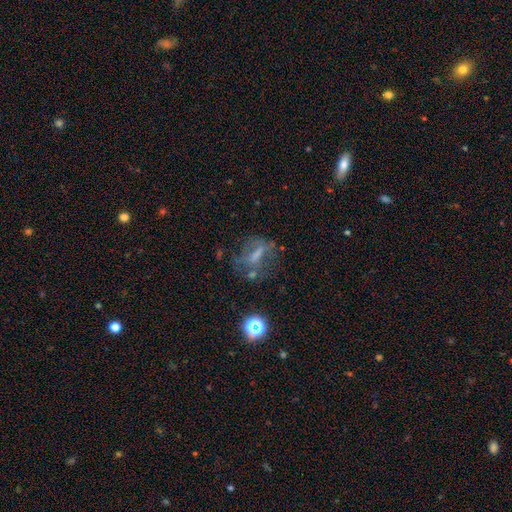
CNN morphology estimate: This is marginally a featured or disk galaxy (45%). Merging: possibly none (48%).